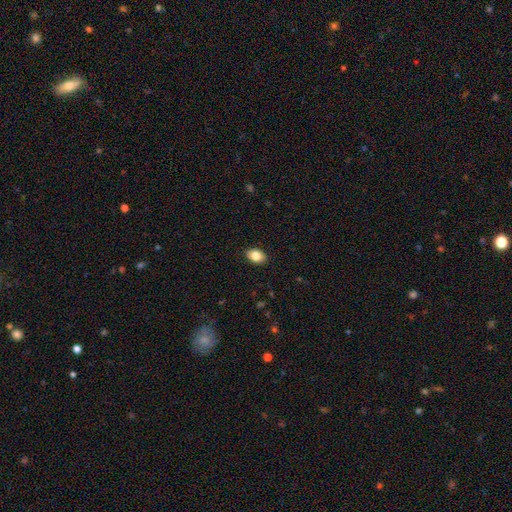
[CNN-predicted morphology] smooth-or-featured: smooth: 85% | star or artifact: 8% | featured or disk: 7%
  how-rounded: in between: 83% | round: 16% | cigar-shaped: 1%
  merging: none: 89% | minor disturbance: 8% | major disturbance: 2% | merger: 1%